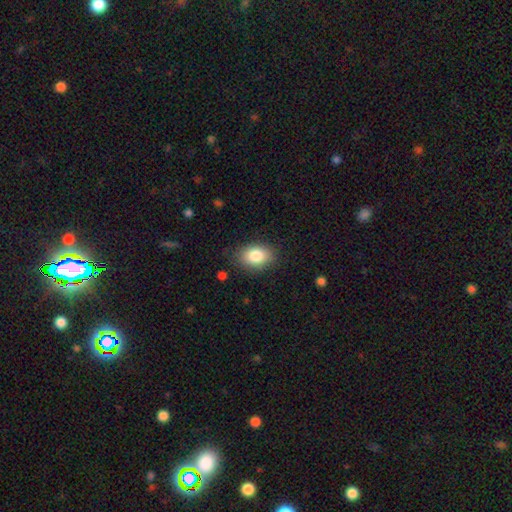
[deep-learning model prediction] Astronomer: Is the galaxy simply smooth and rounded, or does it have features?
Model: smooth — 84%.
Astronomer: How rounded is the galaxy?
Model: in between — 83%.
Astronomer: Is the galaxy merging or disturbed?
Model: none — 84%.